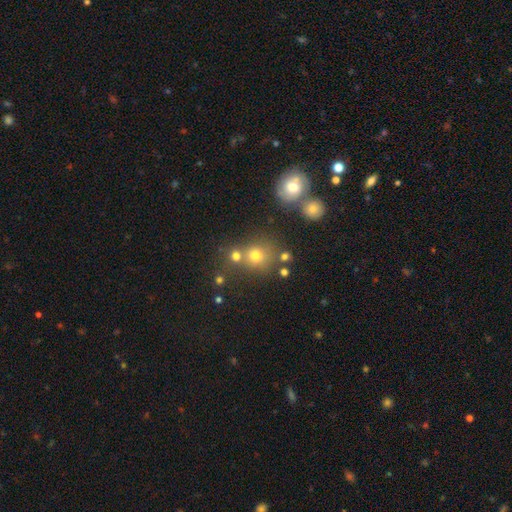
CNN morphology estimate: The model was most divided on "merging": none: 59%, merger: 27%, minor disturbance: 10%, major disturbance: 5%. More confident: how rounded — round (82%); smooth or featured — smooth (69%).